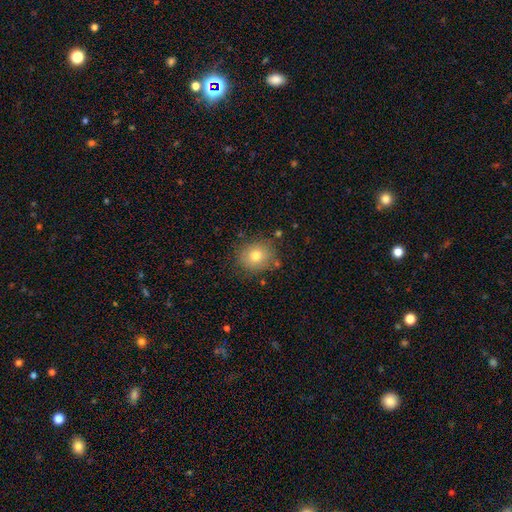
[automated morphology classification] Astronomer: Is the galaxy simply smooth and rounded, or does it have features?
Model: smooth — 76%.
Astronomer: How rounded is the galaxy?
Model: round — 73%.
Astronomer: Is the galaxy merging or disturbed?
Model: none — 81%.